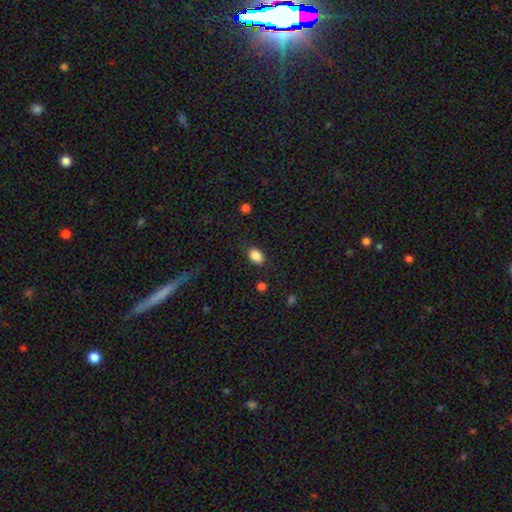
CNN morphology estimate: This appears to be a smooth galaxy with no disk features (87%) that is in between round and cigar-shaped (81%). Merging: none (84%).